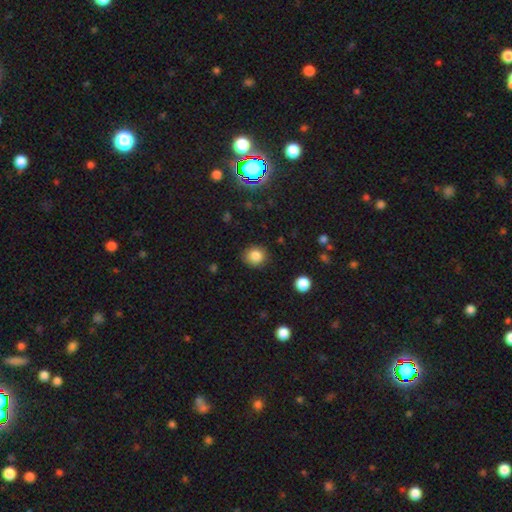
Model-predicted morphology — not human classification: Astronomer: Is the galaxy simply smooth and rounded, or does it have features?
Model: smooth — 84%.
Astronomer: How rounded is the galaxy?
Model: round — 81%.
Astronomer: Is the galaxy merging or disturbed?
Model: none — 87%.